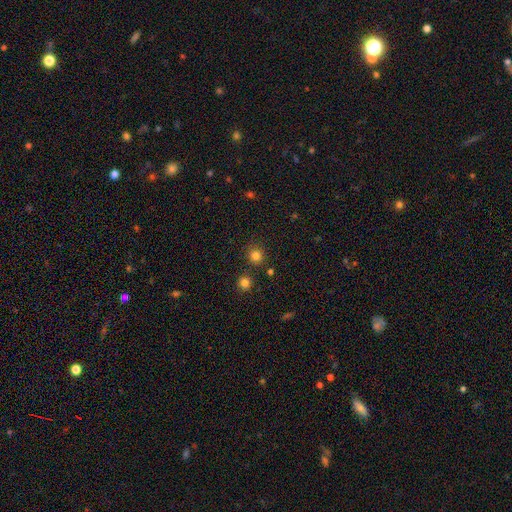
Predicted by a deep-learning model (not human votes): Q: Smooth or featured?
A: smooth (80%); runner-up: star or artifact (15%)
Q: How rounded?
A: round (90%); runner-up: in between (9%)
Q: Merging?
A: none (83%); runner-up: minor disturbance (8%)